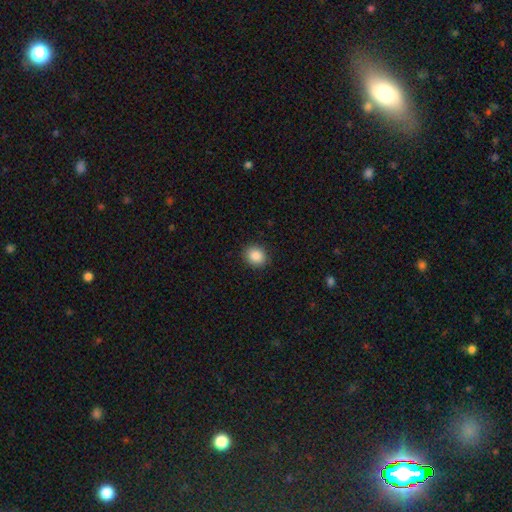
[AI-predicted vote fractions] smooth 88%, star or artifact 9%, featured or disk 3%. Down the decision tree: how rounded — round (66%); merging — none (90%).